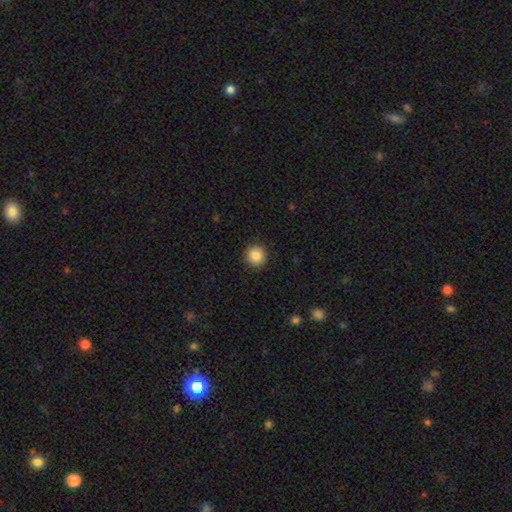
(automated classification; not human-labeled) A smooth galaxy with no disk features (87%) that is round (94%).

Vote fractions:
- Smooth or featured? smooth: 87% / star or artifact: 9% / featured or disk: 5%
- How rounded? round: 94% / in between: 5% / cigar-shaped: 1%
- Merging? none: 91% / minor disturbance: 6% / major disturbance: 2% / merger: 1%